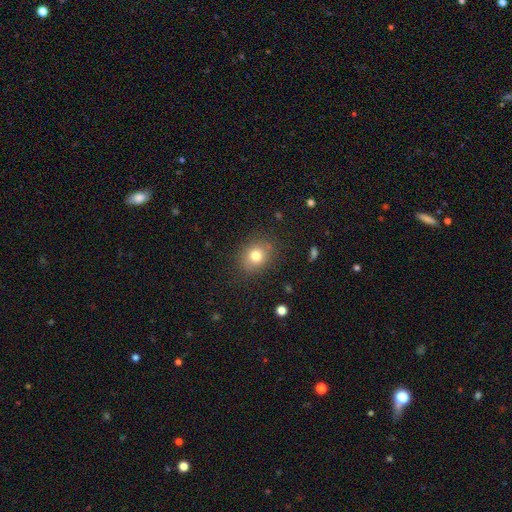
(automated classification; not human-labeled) A smooth galaxy with no disk features (78%) that is round (62%). Merging: none (84%).